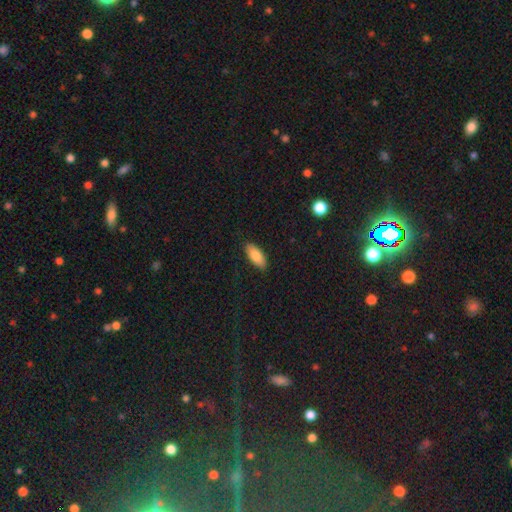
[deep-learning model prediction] Smooth or featured?
  - smooth: 84% *
  - featured or disk: 10%
  - star or artifact: 6%
How rounded?
  - in between: 84% *
  - cigar-shaped: 14%
  - round: 2%
Merging?
  - none: 88% *
  - minor disturbance: 9%
  - major disturbance: 2%
  - merger: 1%